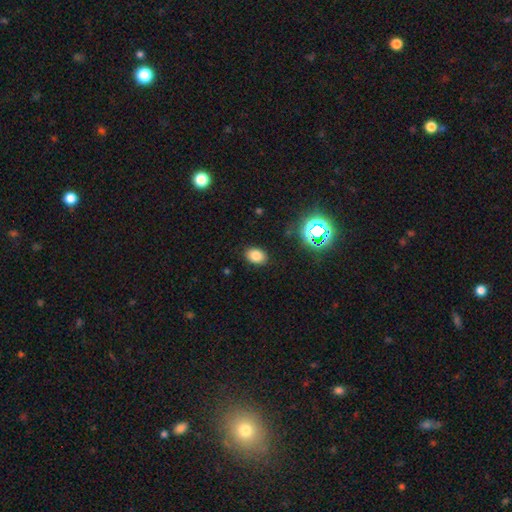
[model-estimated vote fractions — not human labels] Smooth or featured? Predicted: smooth (p=0.80). How rounded? Predicted: in between (p=0.76). Merging? Predicted: none (p=0.88).